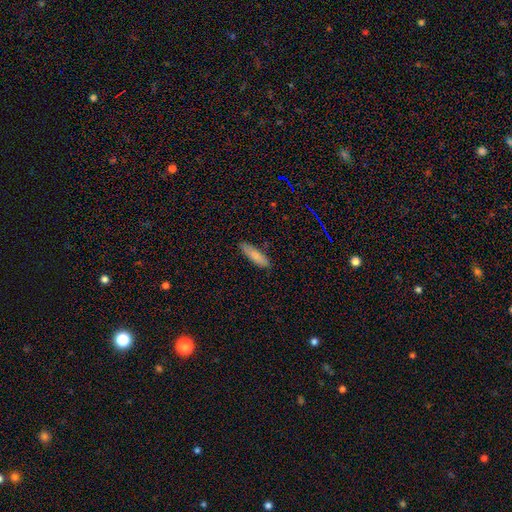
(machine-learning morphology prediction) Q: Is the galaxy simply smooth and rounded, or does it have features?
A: smooth — 82%.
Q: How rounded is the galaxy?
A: cigar-shaped — 51%.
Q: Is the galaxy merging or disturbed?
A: none — 84%.